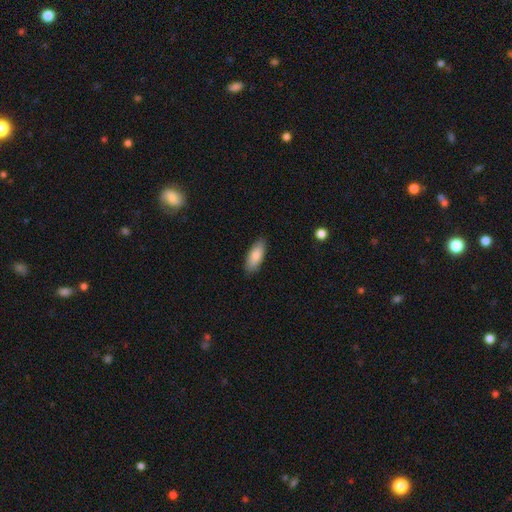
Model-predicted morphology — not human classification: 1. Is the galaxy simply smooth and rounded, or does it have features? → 85% smooth, 9% featured or disk, 6% star or artifact.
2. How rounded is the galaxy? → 78% in between, 20% cigar-shaped, 2% round.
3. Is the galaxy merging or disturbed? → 87% none, 10% minor disturbance, 2% major disturbance, 1% merger.